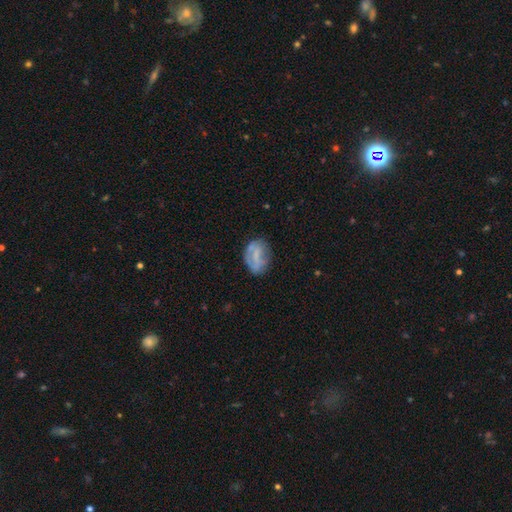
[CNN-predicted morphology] Overall: smooth (46%; featured or disk 44%). Merging: none (60%; minor disturbance 25%).